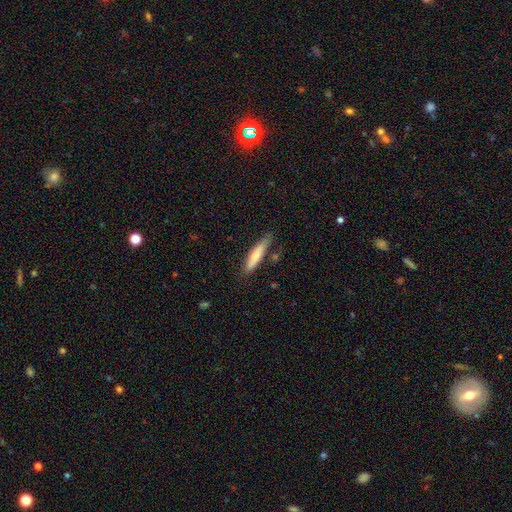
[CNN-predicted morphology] Smooth or featured? Predicted: smooth (p=0.71). How rounded? Predicted: cigar-shaped (p=0.84). Merging? Predicted: none (p=0.76).